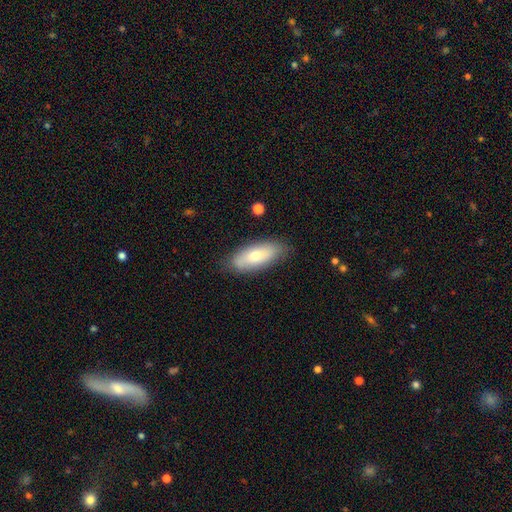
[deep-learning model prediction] smooth_or_featured: smooth (p=0.66) [alt: featured or disk p=0.27]
how_rounded: in between (p=0.78) [alt: cigar-shaped p=0.20]
merging: none (p=0.84) [alt: minor disturbance p=0.12]